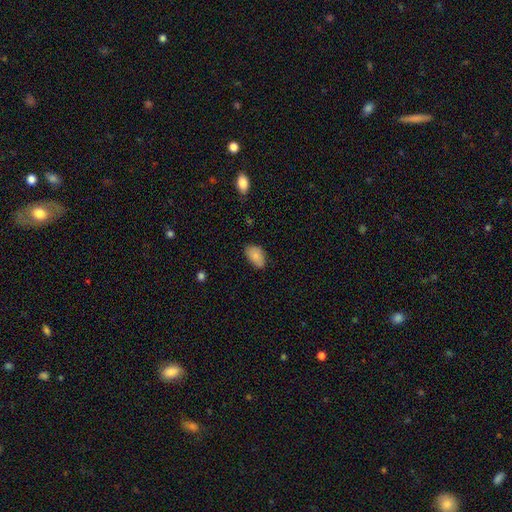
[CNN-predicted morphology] Q: Smooth or featured?
A: smooth (86%); runner-up: star or artifact (7%)
Q: How rounded?
A: in between (92%); runner-up: round (6%)
Q: Merging?
A: none (74%); runner-up: minor disturbance (21%)